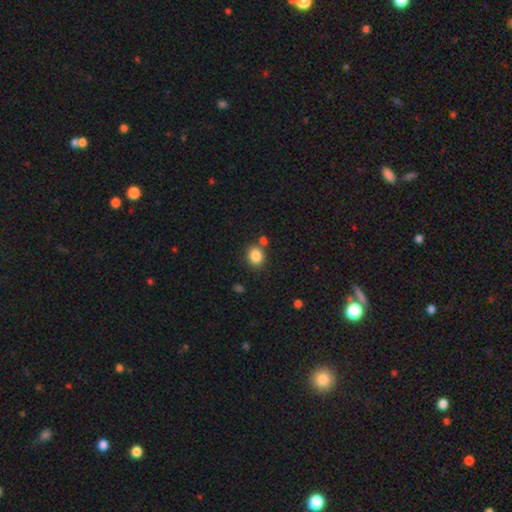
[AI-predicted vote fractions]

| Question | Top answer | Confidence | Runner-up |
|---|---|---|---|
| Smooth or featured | smooth | 85% | star or artifact (10%) |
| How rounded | round | 57% | in between (43%) |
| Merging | none | 74% | merger (12%) |